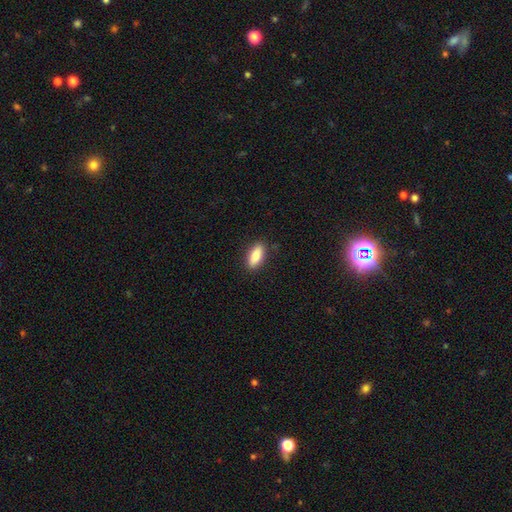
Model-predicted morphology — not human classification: A smooth galaxy with no disk features (85%) that is in between round and cigar-shaped (76%). Merging: none (88%).